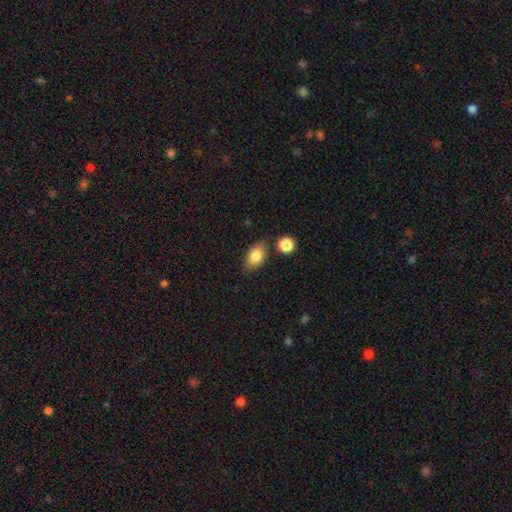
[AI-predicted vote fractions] Smooth or featured: smooth — 83% (featured or disk — 9%)
How rounded: in between — 88% (round — 10%)
Merging: none — 78% (minor disturbance — 13%)